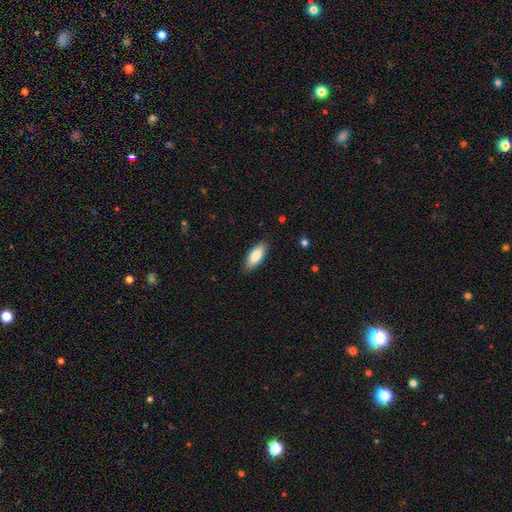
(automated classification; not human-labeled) This is clearly a smooth galaxy (83%). How rounded: likely in between (74%). Merging: clearly none (86%).